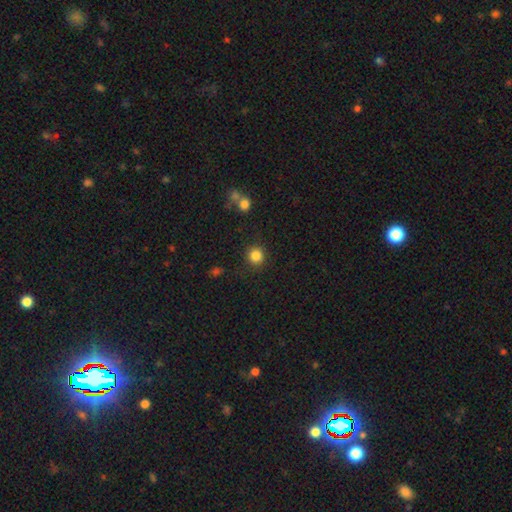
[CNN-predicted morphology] Overall: smooth (85%). How rounded: round (92%). Merging: none (88%).